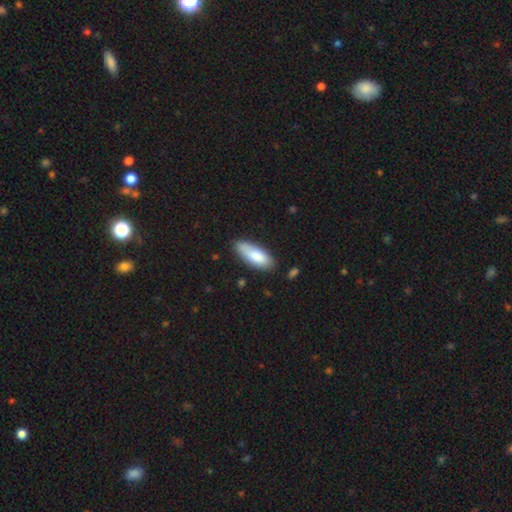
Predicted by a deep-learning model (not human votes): Overall: smooth (83%). How rounded: in between (73%). Merging: none (78%).